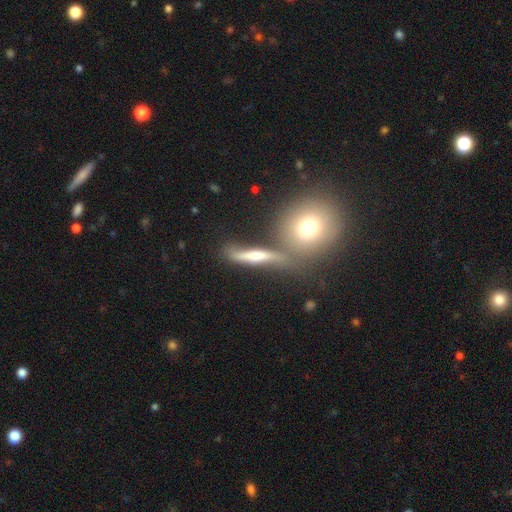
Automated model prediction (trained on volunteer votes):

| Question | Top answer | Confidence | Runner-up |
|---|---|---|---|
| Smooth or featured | featured or disk | 51% | smooth (37%) |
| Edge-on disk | yes | 74% | no (26%) |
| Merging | none | 64% | merger (18%) |